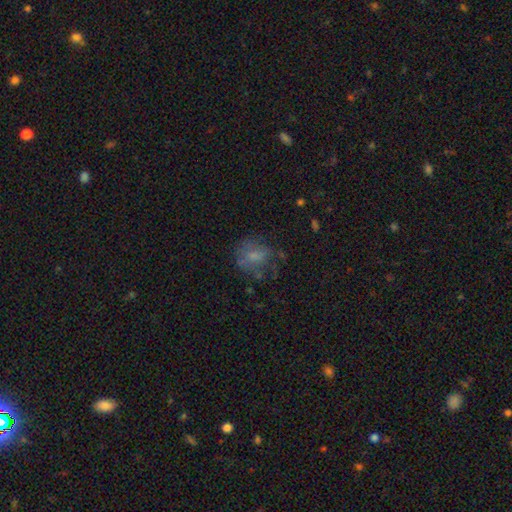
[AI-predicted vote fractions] Overall: smooth (59%; featured or disk 28%). How rounded: round (59%; in between 40%). Merging: none (50%; major disturbance 23%).